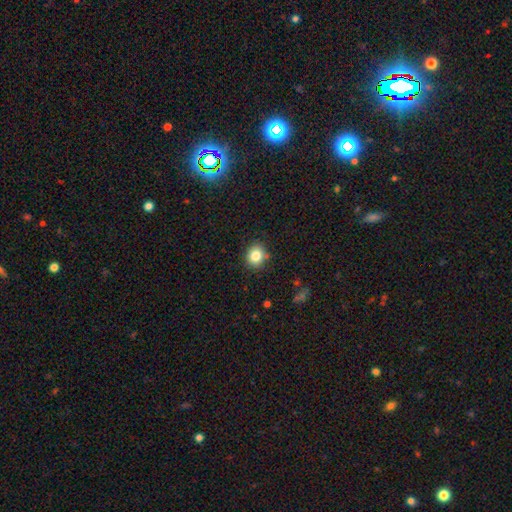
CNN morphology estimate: Smooth or featured? Predicted: smooth (p=0.82). How rounded? Predicted: round (p=0.71). Merging? Predicted: none (p=0.84).